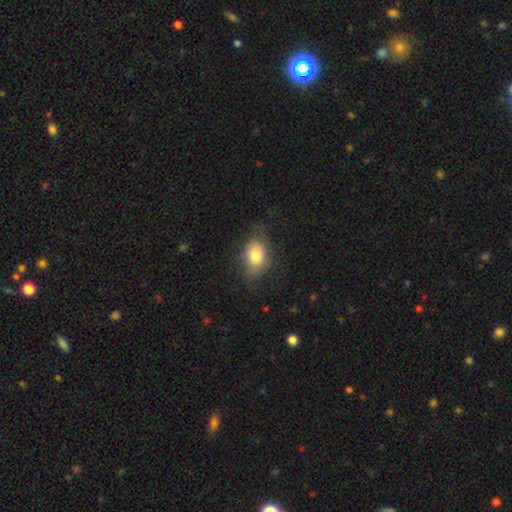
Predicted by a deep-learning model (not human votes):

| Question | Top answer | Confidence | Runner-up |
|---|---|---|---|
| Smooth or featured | smooth | 77% | featured or disk (14%) |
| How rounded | in between | 71% | round (28%) |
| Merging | none | 67% | minor disturbance (22%) |